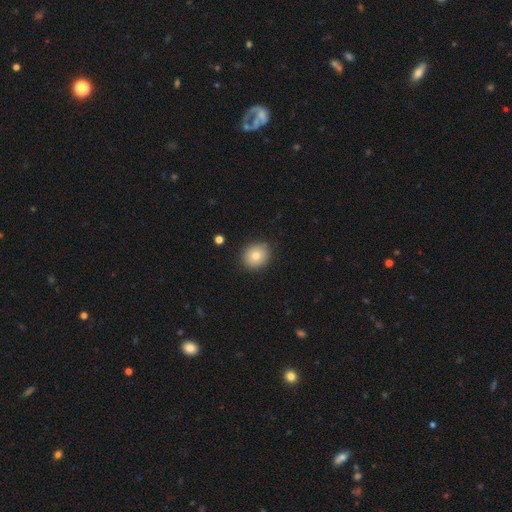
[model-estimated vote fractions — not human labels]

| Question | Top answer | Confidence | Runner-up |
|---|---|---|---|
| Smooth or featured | smooth | 80% | featured or disk (10%) |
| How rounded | round | 74% | in between (25%) |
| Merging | none | 87% | minor disturbance (9%) |